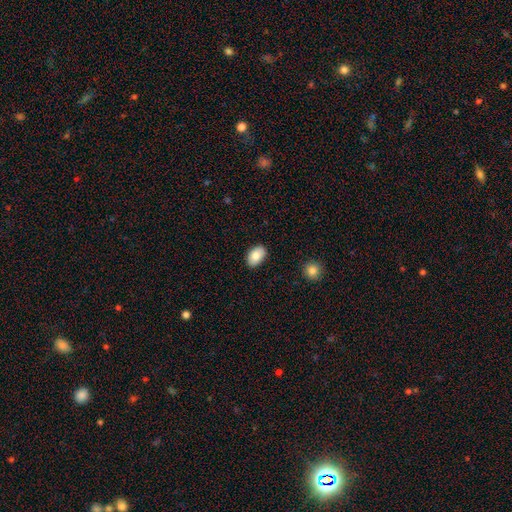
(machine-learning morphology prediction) Smooth or featured?
  - smooth: 82% *
  - featured or disk: 11%
  - star or artifact: 7%
How rounded?
  - in between: 89% *
  - round: 10%
  - cigar-shaped: 1%
Merging?
  - none: 87% *
  - minor disturbance: 9%
  - major disturbance: 2%
  - merger: 1%